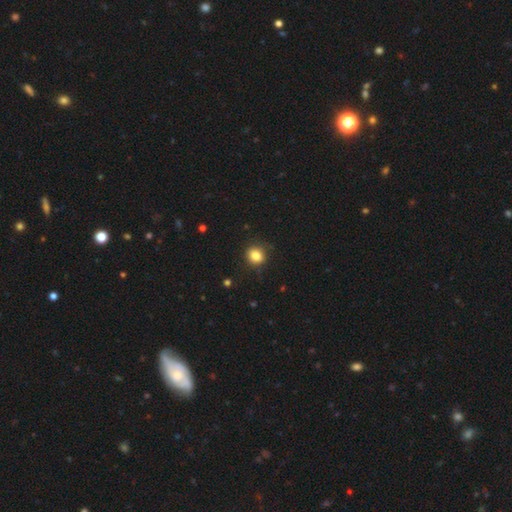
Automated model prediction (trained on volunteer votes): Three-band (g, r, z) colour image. It shows a smooth galaxy with no disk features (84%) that is round (73%). Merging: none (83%).